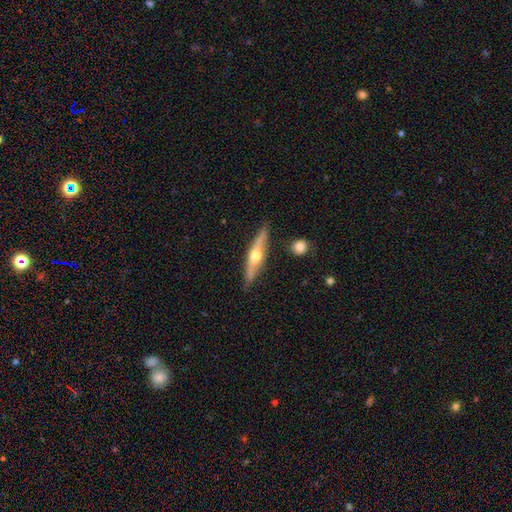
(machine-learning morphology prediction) A featured or disk galaxy (64%) viewed edge-on (92%) with a rounded central bulge (92%).

Vote fractions:
- Smooth or featured? featured or disk: 64% / smooth: 31% / star or artifact: 5%
- Edge-on disk? yes: 92% / no: 8%
- Edge-on bulge? rounded: 92% / none: 5% / boxy: 3%
- Merging? none: 84% / minor disturbance: 12% / merger: 2% / major disturbance: 2%